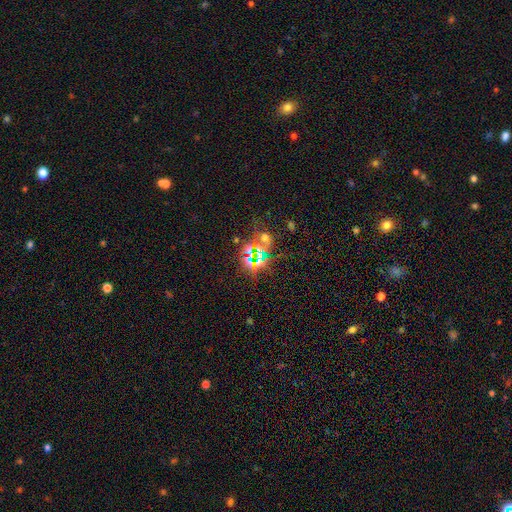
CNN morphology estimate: Smooth or featured: star or artifact — 73% (smooth — 17%)